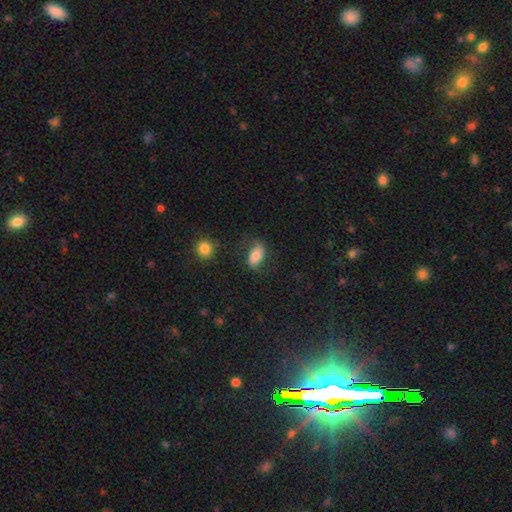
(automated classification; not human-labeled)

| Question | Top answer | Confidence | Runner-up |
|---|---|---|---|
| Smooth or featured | smooth | 67% | featured or disk (25%) |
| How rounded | in between | 89% | round (6%) |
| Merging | none | 65% | minor disturbance (21%) |